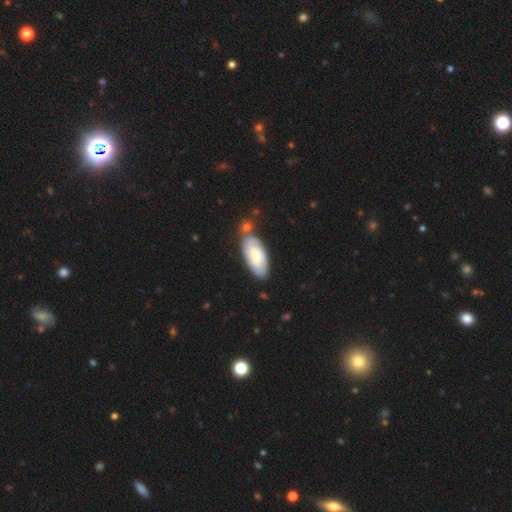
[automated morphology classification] Smooth or featured? smooth (55%)
How rounded? in between (85%)
Merging? none (65%)